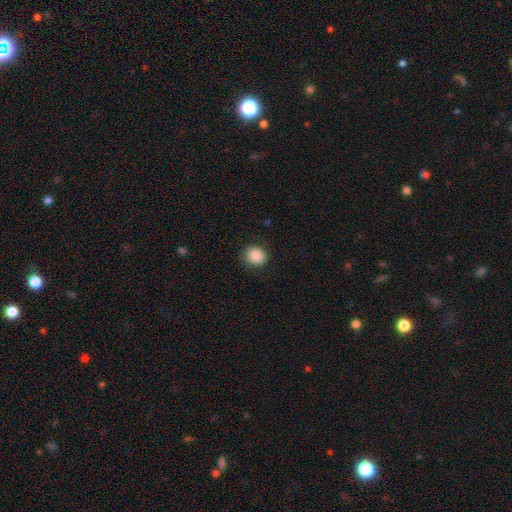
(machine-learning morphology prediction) The model was most divided on "how rounded": round: 81%, in between: 18%, cigar-shaped: 1%. More confident: smooth or featured — smooth (88%); merging — none (87%).